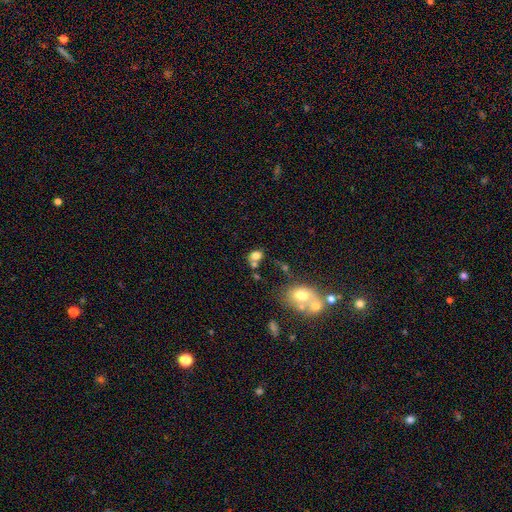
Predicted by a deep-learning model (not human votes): Smooth or featured? Predicted: smooth (p=0.76). How rounded? Predicted: in between (p=0.51). Merging? Predicted: none (p=0.42).